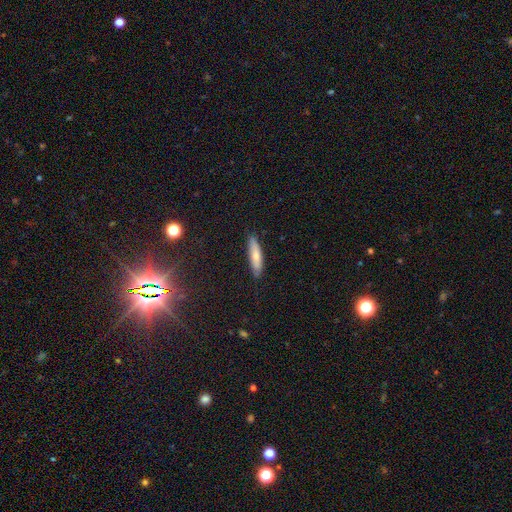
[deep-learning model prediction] smooth_or_featured: smooth (p=0.74) [alt: featured or disk p=0.20]
how_rounded: cigar-shaped (p=0.75) [alt: in between p=0.23]
merging: none (p=0.86) [alt: minor disturbance p=0.11]